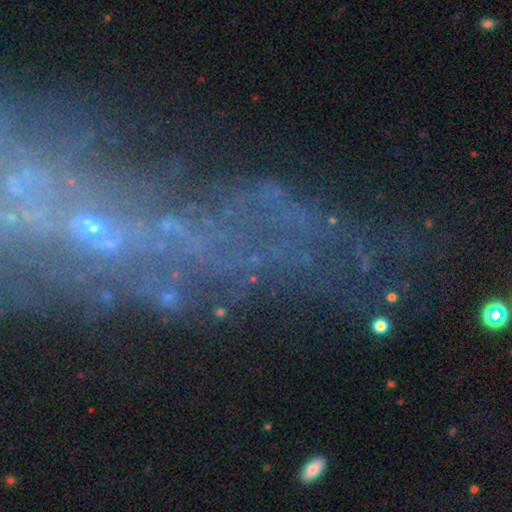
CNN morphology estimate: The model was most divided on "smooth or featured": featured or disk: 53%, star or artifact: 32%, smooth: 15%. More confident: edge-on disk — no (86%); merging — none (51%).